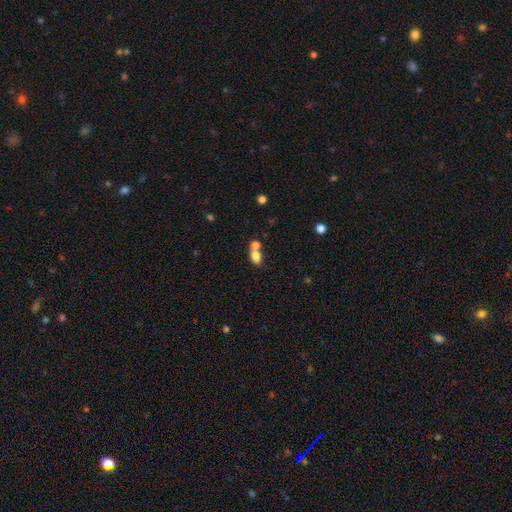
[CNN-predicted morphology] Smooth or featured? Predicted: smooth (p=0.79). How rounded? Predicted: in between (p=0.68). Merging? Predicted: merger (p=0.49).